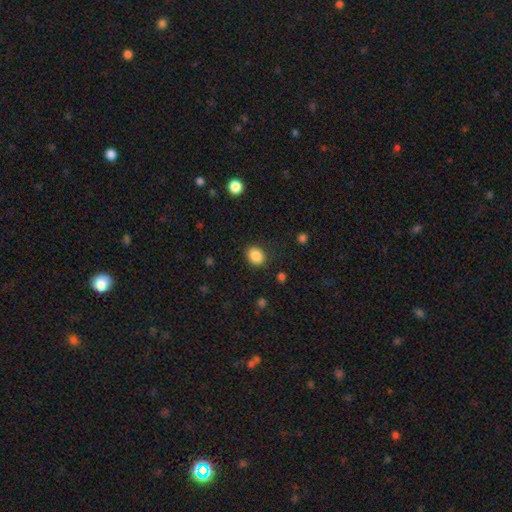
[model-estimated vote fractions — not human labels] Q: Smooth or featured?
A: smooth (88%); runner-up: star or artifact (9%)
Q: How rounded?
A: in between (54%); runner-up: round (45%)
Q: Merging?
A: none (84%); runner-up: minor disturbance (11%)